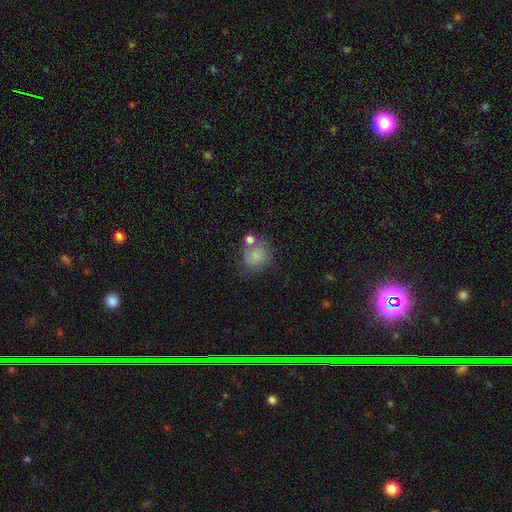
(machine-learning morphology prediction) Smooth or featured? Predicted: smooth (p=0.75). How rounded? Predicted: round (p=0.76). Merging? Predicted: none (p=0.51).